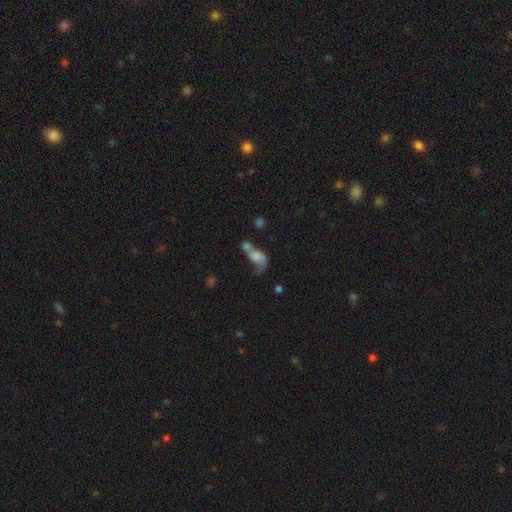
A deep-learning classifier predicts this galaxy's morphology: Q: Smooth or featured?
A: smooth (55%); runner-up: featured or disk (33%)
Q: How rounded?
A: in between (76%); runner-up: round (19%)
Q: Merging?
A: merger (52%); runner-up: major disturbance (23%)